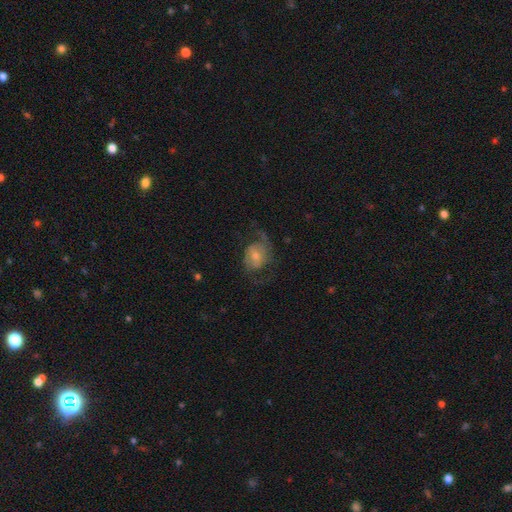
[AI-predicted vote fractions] smooth_or_featured: featured or disk (p=0.66) [alt: smooth p=0.26]
disk_edge_on: no (p=0.97) [alt: yes p=0.03]
bar: no (p=0.51) [alt: weak p=0.39]
has_spiral_arms: yes (p=0.87) [alt: no p=0.13]
spiral_winding: loose (p=0.46) [alt: medium p=0.43]
spiral_arm_count: 2 (p=0.84) [alt: can't tell p=0.06]
bulge_size: small (p=0.44) [alt: moderate p=0.42]
merging: none (p=0.55) [alt: major disturbance p=0.24]